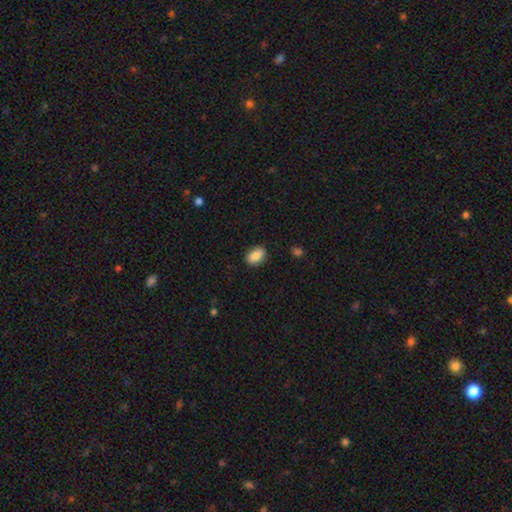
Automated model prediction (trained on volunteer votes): Overall: smooth (87%). How rounded: in between (85%). Merging: none (87%).